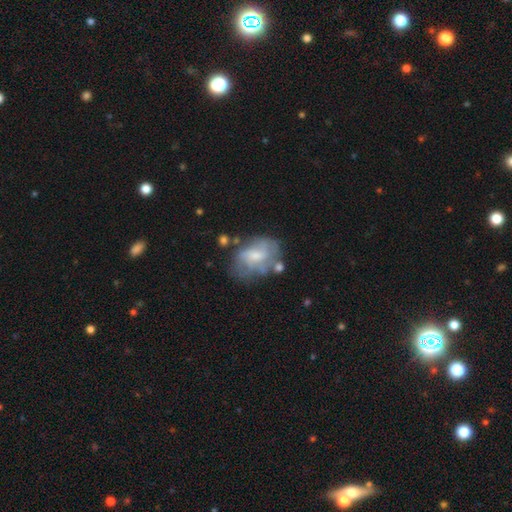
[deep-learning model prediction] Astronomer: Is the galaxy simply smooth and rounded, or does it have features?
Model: featured or disk — 58% (runner-up: smooth, 34%).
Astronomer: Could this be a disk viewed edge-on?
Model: no — 97%.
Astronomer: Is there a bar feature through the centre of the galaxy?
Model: no — 51% (runner-up: weak, 41%).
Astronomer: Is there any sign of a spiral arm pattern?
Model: yes — 63%.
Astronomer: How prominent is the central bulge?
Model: small — 45% (runner-up: moderate, 39%).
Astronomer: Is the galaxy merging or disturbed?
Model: none — 49% (runner-up: minor disturbance, 24%).